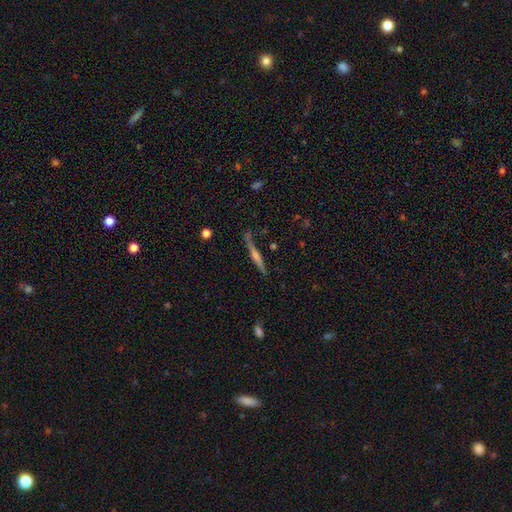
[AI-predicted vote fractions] A featured or disk galaxy (70%) viewed edge-on (97%) with a rounded central bulge (64%).

Vote fractions:
- Smooth or featured? featured or disk: 70% / smooth: 22% / star or artifact: 8%
- Edge-on disk? yes: 97% / no: 3%
- Edge-on bulge? rounded: 64% / none: 19% / boxy: 16%
- Merging? none: 81% / minor disturbance: 13% / major disturbance: 4% / merger: 3%